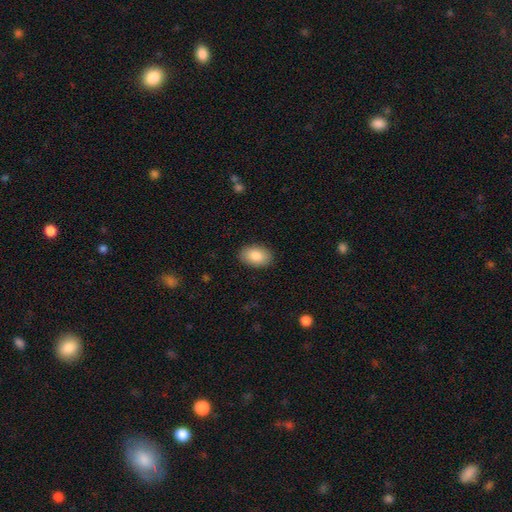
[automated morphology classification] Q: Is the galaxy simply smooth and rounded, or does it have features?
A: smooth — 86%.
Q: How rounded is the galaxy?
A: in between — 91%.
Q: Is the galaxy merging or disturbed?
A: none — 89%.